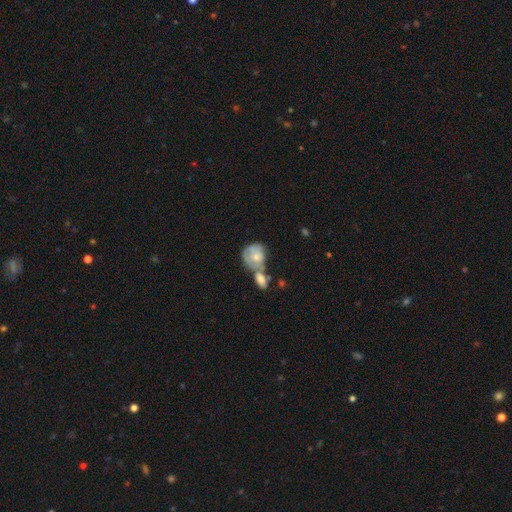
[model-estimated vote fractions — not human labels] Morphology: type=smooth (58%); roundness=round (60%); merging=merger (54%).